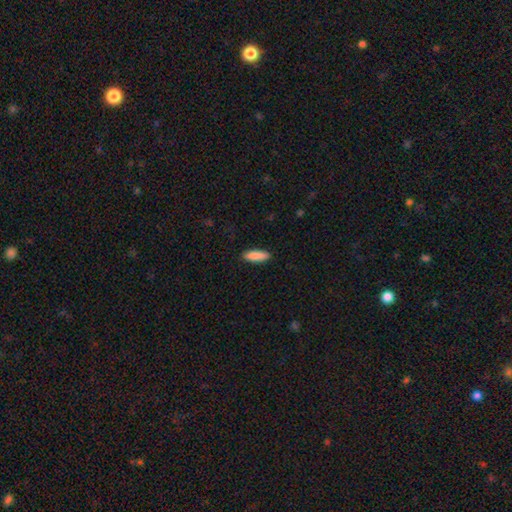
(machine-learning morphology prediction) This appears to be a smooth galaxy with no disk features (89%) that is in between round and cigar-shaped (53%). Merging: none (89%).